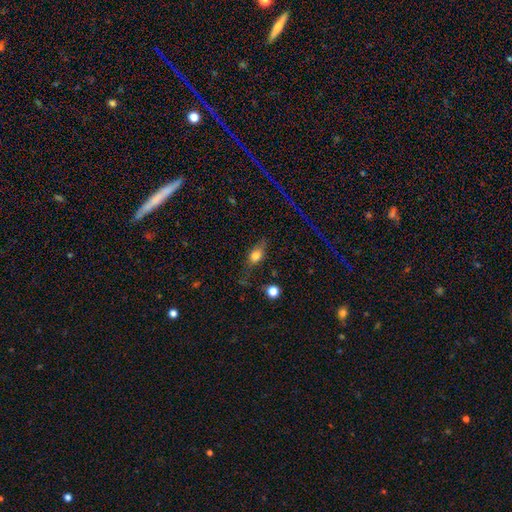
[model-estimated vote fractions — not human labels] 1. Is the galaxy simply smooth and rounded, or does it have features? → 67% smooth, 22% featured or disk, 11% star or artifact.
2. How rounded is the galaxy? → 70% in between, 16% round, 15% cigar-shaped.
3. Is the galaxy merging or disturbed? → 61% none, 24% minor disturbance, 12% major disturbance, 4% merger.